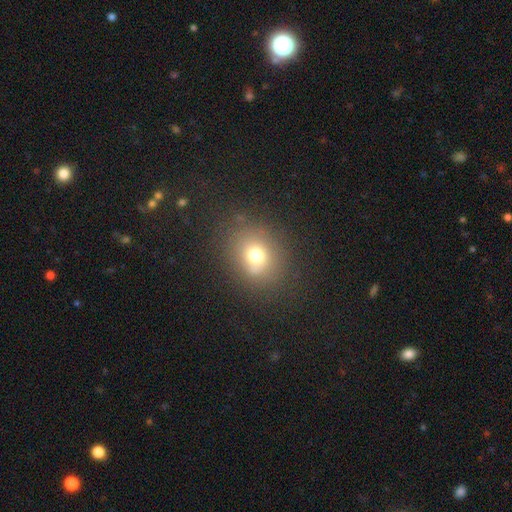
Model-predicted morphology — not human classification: Q: Smooth or featured?
A: smooth (70%); runner-up: star or artifact (17%)
Q: How rounded?
A: round (65%); runner-up: in between (34%)
Q: Merging?
A: none (78%); runner-up: minor disturbance (13%)